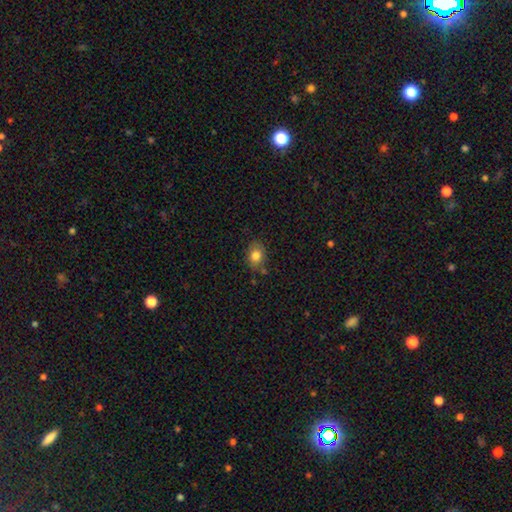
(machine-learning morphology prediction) Overall: smooth (81%). How rounded: in between (61%; round 38%). Merging: none (73%).